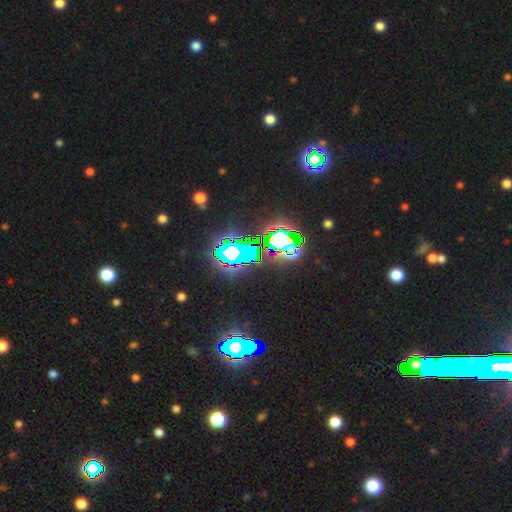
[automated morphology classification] This is clearly a star or artifact rather than a galaxy (83%).